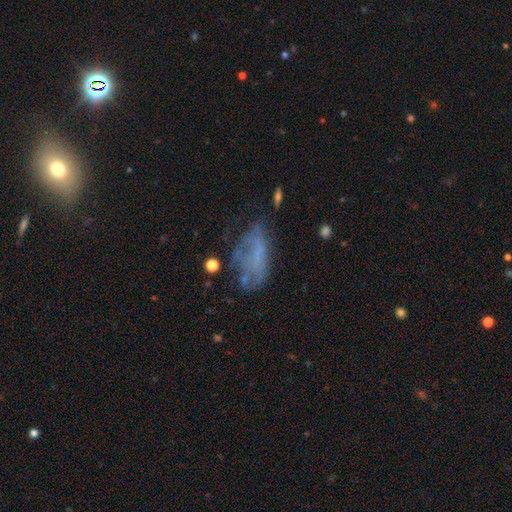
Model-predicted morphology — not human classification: Smooth or featured? Predicted: featured or disk (p=0.43). Merging? Predicted: none (p=0.36).